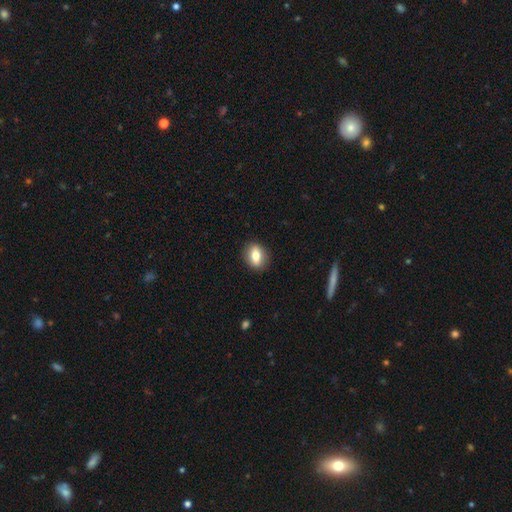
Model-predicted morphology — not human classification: A smooth galaxy with no disk features (73%) that is in between round and cigar-shaped (62%).

Vote fractions:
- Smooth or featured? smooth: 73% / featured or disk: 19% / star or artifact: 8%
- How rounded? in between: 62% / round: 35% / cigar-shaped: 3%
- Merging? none: 89% / minor disturbance: 8% / major disturbance: 2% / merger: 1%